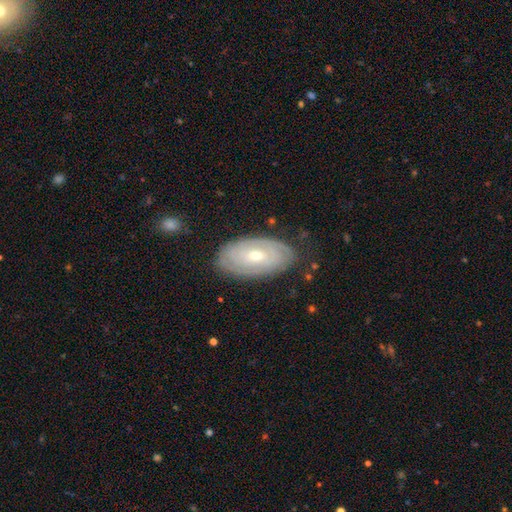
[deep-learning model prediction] Q: Smooth or featured?
A: featured or disk (73%); runner-up: smooth (21%)
Q: Edge-on disk?
A: no (93%); runner-up: yes (7%)
Q: Bar?
A: no (55%); runner-up: weak (35%)
Q: Spiral arms?
A: yes (83%); runner-up: no (17%)
Q: Spiral winding?
A: tight (80%); runner-up: medium (15%)
Q: Spiral arm count?
A: can't tell (52%); runner-up: 2 (26%)
Q: Bulge size?
A: moderate (53%); runner-up: small (43%)
Q: Merging?
A: none (80%); runner-up: minor disturbance (15%)